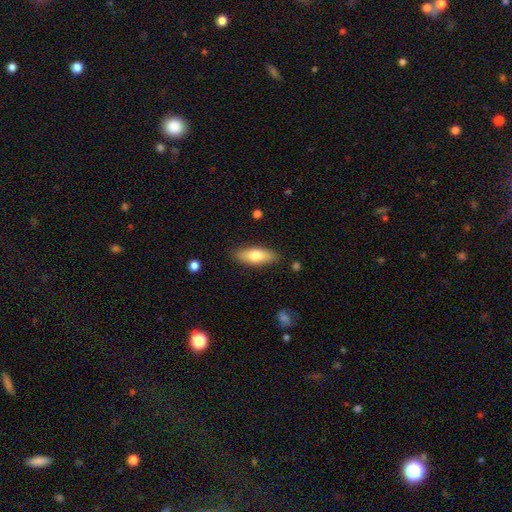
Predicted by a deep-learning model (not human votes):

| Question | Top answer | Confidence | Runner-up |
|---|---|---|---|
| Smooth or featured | smooth | 69% | featured or disk (25%) |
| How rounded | in between | 70% | cigar-shaped (28%) |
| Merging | none | 85% | minor disturbance (11%) |